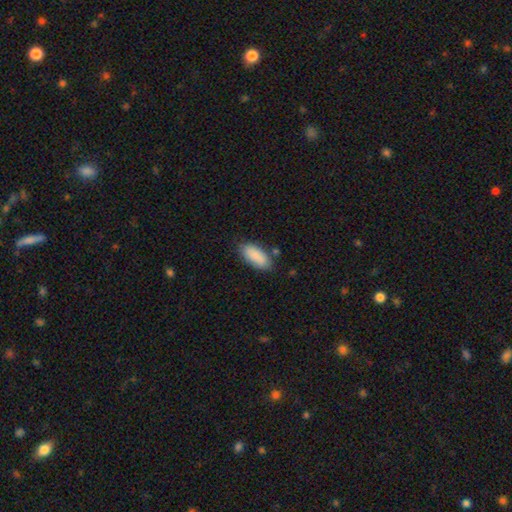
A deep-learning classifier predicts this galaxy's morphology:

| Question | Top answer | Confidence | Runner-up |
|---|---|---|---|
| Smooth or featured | smooth | 88% | star or artifact (6%) |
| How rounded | in between | 86% | cigar-shaped (12%) |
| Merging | none | 78% | minor disturbance (15%) |